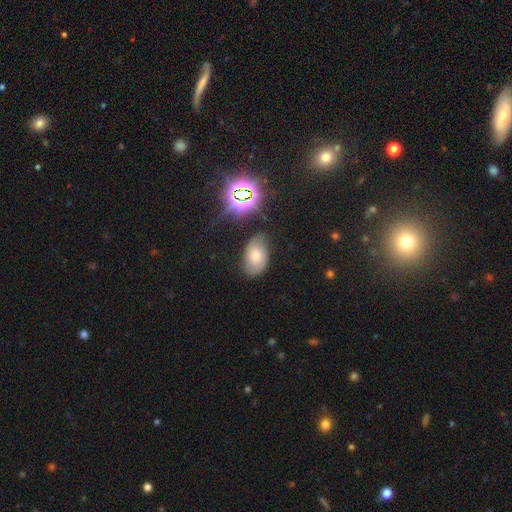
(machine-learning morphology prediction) type=smooth (47%); merging=none (74%).